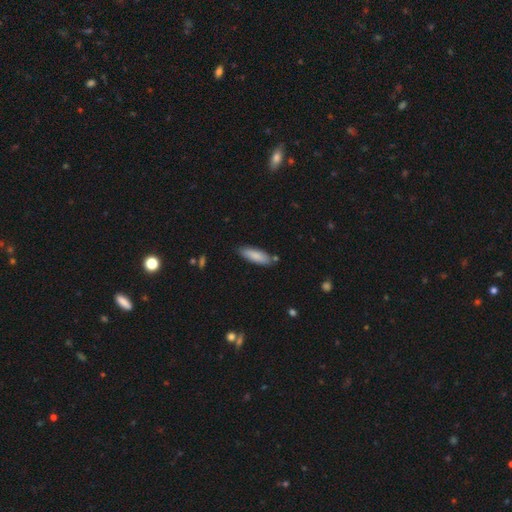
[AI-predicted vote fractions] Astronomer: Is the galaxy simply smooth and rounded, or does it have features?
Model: smooth — 85%.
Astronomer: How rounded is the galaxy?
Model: in between — 51% (runner-up: cigar-shaped, 47%).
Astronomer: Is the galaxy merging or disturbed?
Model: none — 80%.